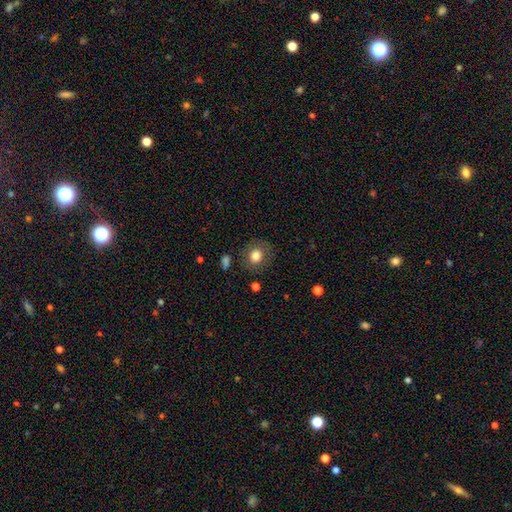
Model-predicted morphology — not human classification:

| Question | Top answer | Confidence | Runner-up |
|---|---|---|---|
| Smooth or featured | smooth | 78% | featured or disk (13%) |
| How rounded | round | 78% | in between (21%) |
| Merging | none | 82% | minor disturbance (12%) |